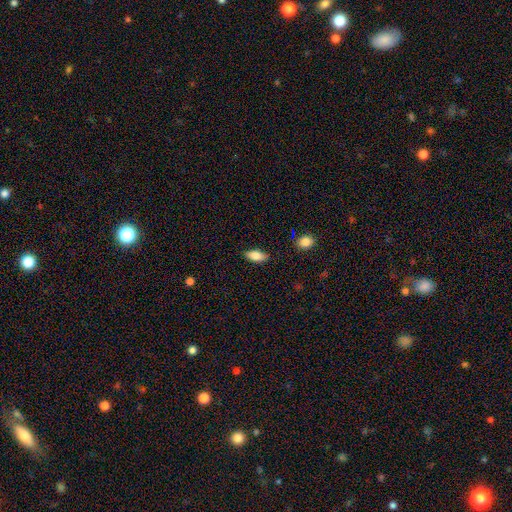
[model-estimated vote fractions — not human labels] smooth 82%, featured or disk 11%, star or artifact 7%. Down the decision tree: how rounded — in between (84%); merging — none (86%).